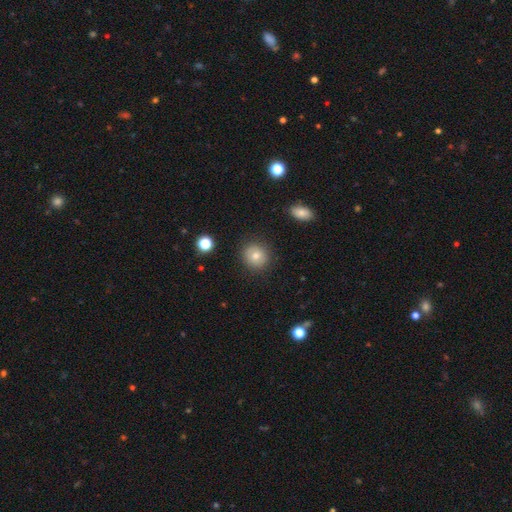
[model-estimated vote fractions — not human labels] The model was most divided on "smooth or featured": smooth: 76%, featured or disk: 13%, star or artifact: 11%. More confident: merging — none (87%); how rounded — round (86%).